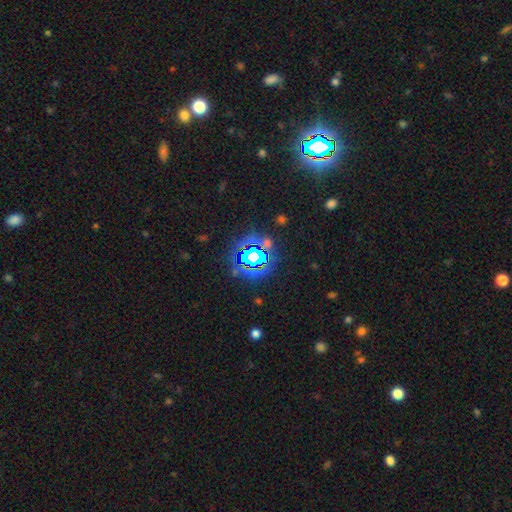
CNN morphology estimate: star or artifact 73%, smooth 17%, featured or disk 10%.